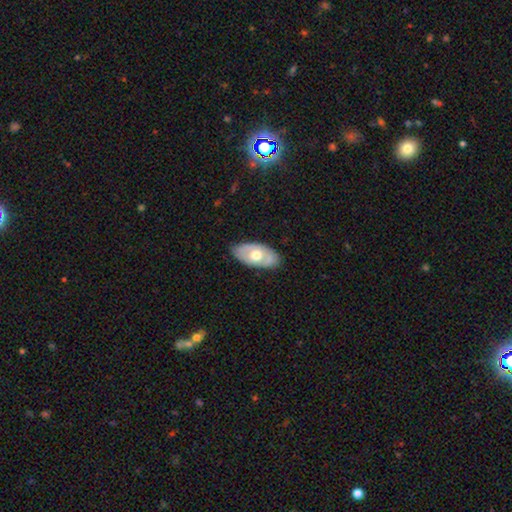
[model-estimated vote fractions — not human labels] A featured or disk galaxy (46%). Merging: none (85%).